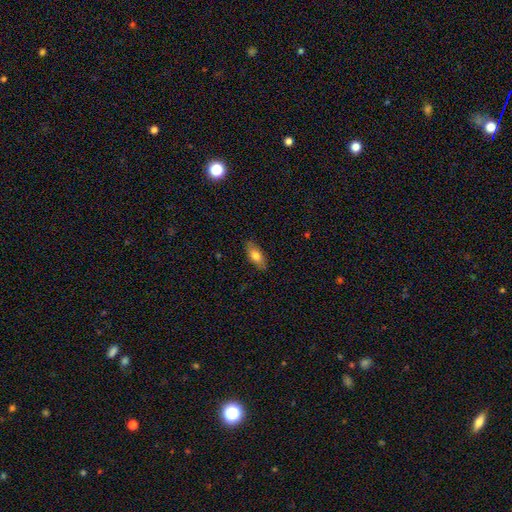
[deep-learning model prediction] smooth_or_featured: smooth (p=0.73) [alt: featured or disk p=0.21]
how_rounded: in between (p=0.82) [alt: cigar-shaped p=0.15]
merging: none (p=0.86) [alt: minor disturbance p=0.11]